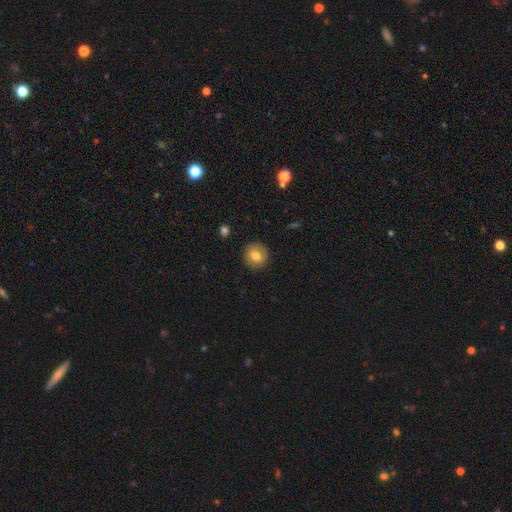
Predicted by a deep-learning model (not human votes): Smooth or featured? smooth (70%)
How rounded? round (85%)
Merging? none (88%)